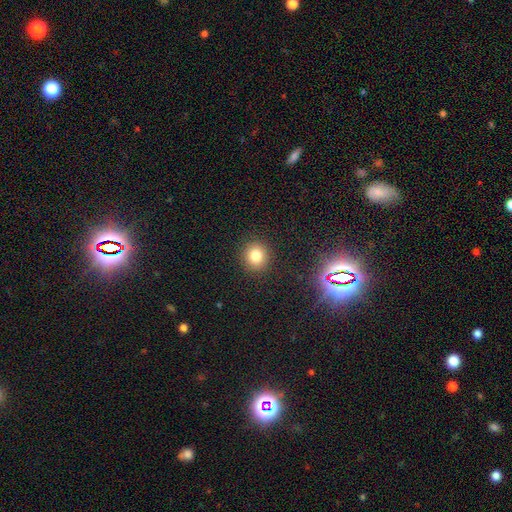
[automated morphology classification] This is likely a smooth galaxy (80%). How rounded: clearly round (88%). Merging: clearly none (91%).